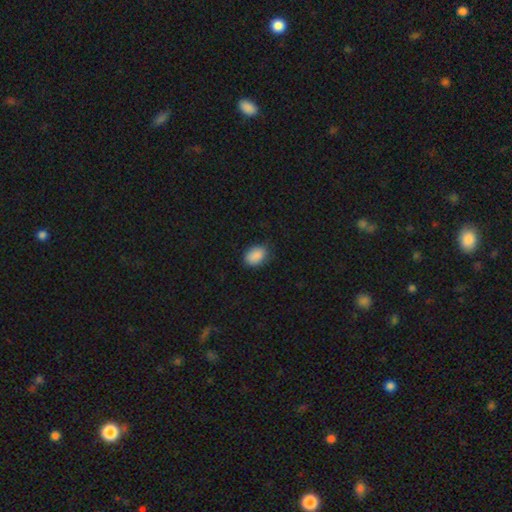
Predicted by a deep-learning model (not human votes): Smooth or featured? smooth (89%)
How rounded? in between (82%)
Merging? none (75%)